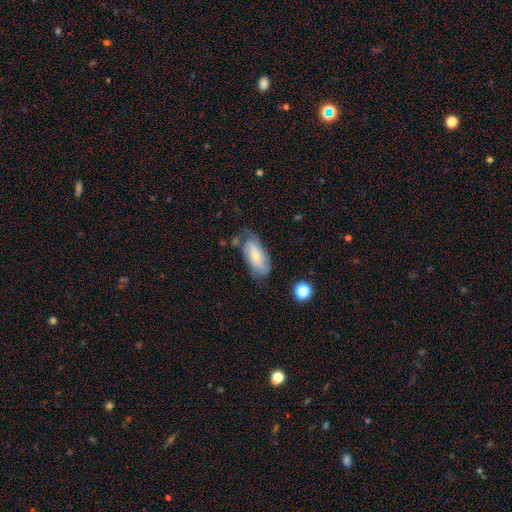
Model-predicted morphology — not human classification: smooth_or_featured: featured or disk (p=0.49) [alt: smooth p=0.44]
merging: none (p=0.57) [alt: minor disturbance p=0.28]